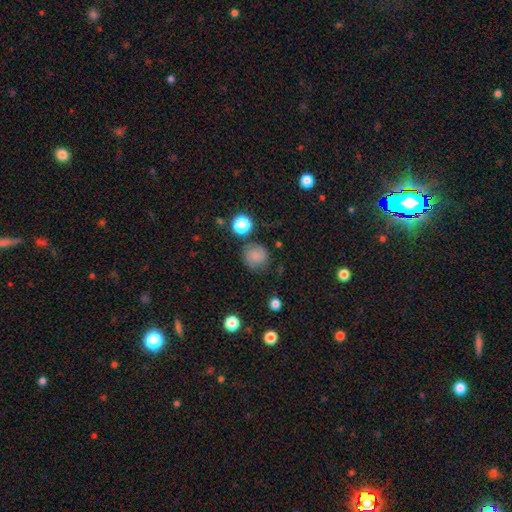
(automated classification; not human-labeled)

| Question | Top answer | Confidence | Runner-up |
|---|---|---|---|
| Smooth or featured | smooth | 69% | featured or disk (19%) |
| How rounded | round | 88% | in between (11%) |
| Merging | none | 72% | minor disturbance (18%) |